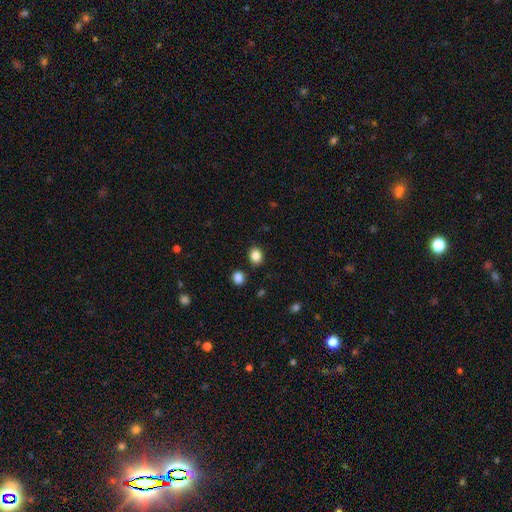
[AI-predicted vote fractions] Smooth or featured? smooth (86%)
How rounded? round (57%)
Merging? none (85%)